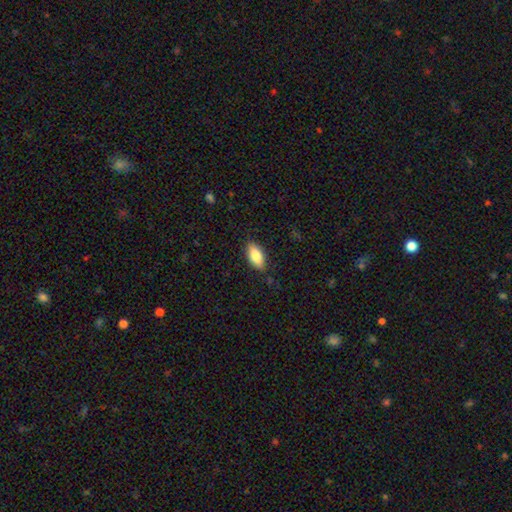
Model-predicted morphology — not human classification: type=smooth (82%); roundness=in between (89%); merging=none (86%).